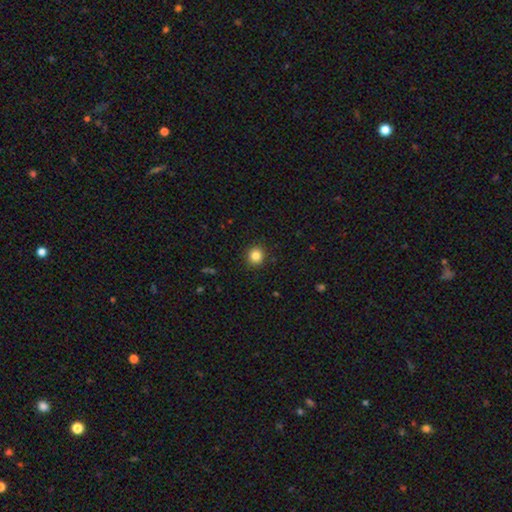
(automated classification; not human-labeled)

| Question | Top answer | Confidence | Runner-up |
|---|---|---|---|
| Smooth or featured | smooth | 85% | star or artifact (11%) |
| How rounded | round | 92% | in between (7%) |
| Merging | none | 92% | minor disturbance (5%) |